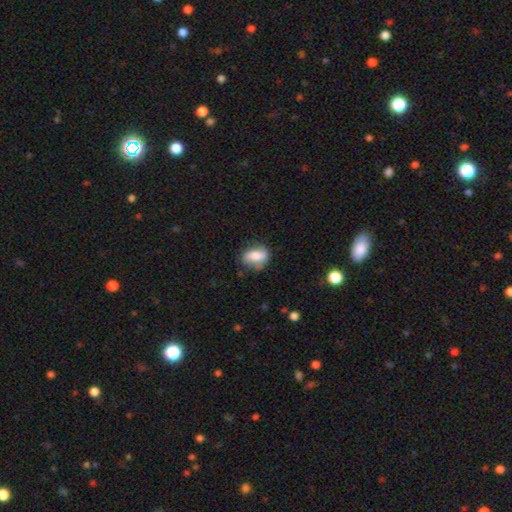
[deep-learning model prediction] smooth 61%, featured or disk 31%, star or artifact 8%. Down the decision tree: how rounded — in between (73%); merging — none (67%).